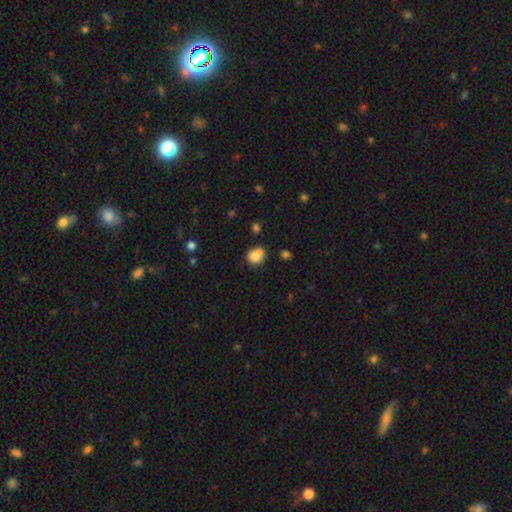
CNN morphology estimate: A smooth galaxy with no disk features (82%) that is round (63%). Merging: none (56%).